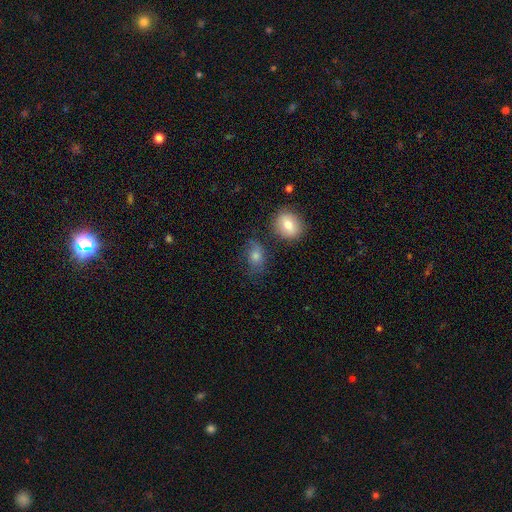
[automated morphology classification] smooth-or-featured: smooth: 68% | featured or disk: 17% | star or artifact: 15%
  how-rounded: in between: 65% | round: 33% | cigar-shaped: 2%
  merging: none: 65% | minor disturbance: 20% | major disturbance: 8% | merger: 7%